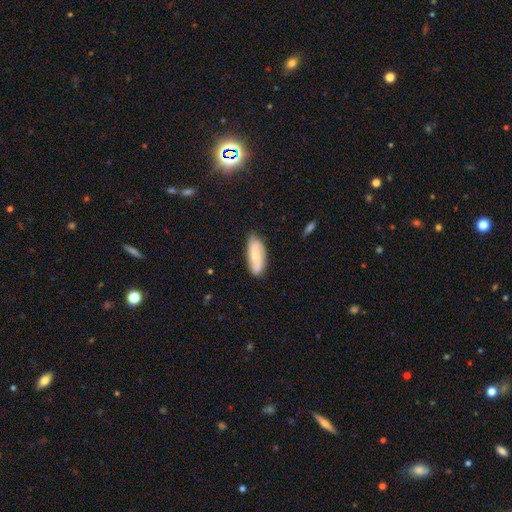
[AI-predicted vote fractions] This appears to be a smooth galaxy with no disk features (47%). Merging: none (78%).